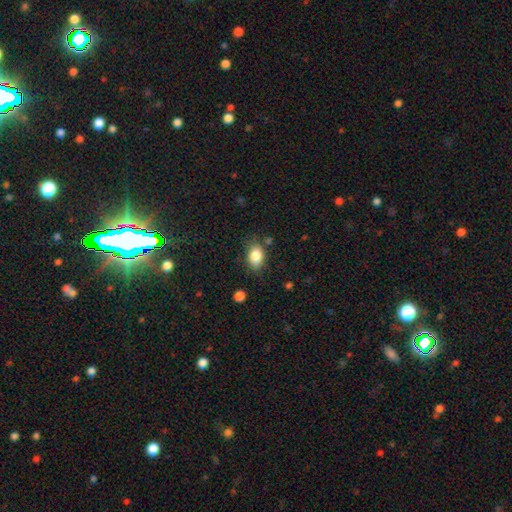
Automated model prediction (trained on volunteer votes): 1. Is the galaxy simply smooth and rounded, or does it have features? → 85% smooth, 8% star or artifact, 7% featured or disk.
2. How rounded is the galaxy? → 80% in between, 18% round, 1% cigar-shaped.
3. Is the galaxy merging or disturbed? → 77% none, 16% minor disturbance, 4% major disturbance, 3% merger.